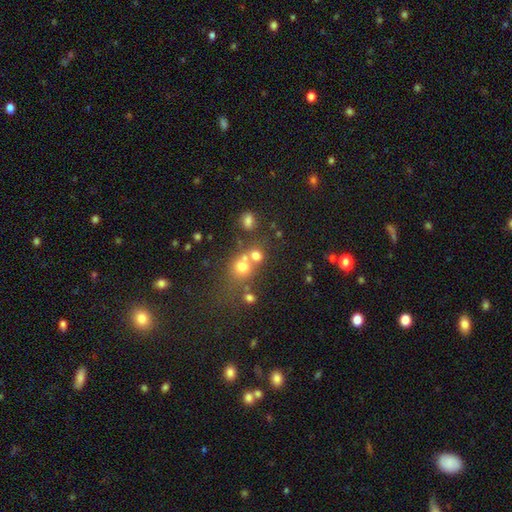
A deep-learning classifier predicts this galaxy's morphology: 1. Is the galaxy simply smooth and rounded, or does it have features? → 68% smooth, 18% star or artifact, 14% featured or disk.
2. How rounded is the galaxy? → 76% round, 23% in between, 1% cigar-shaped.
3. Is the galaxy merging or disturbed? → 44% merger, 43% none, 9% minor disturbance, 5% major disturbance.